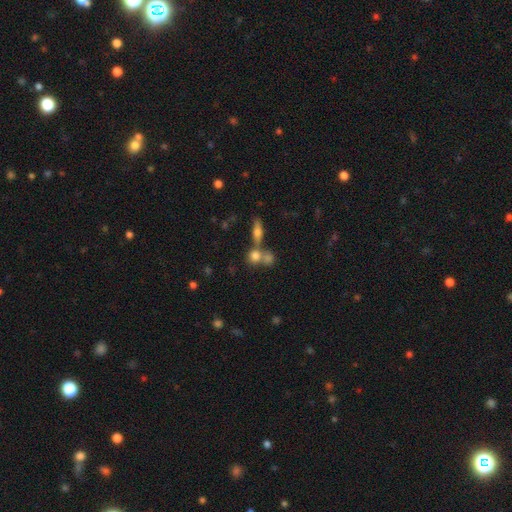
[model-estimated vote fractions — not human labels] This is possibly a smooth galaxy (57%). How rounded: possibly round (55%). Merging: possibly none (47%).